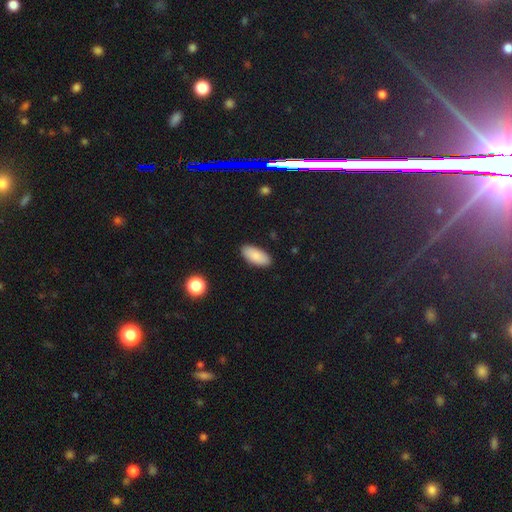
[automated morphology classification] A smooth galaxy with no disk features (88%) that is in between round and cigar-shaped (88%). Merging: none (89%).